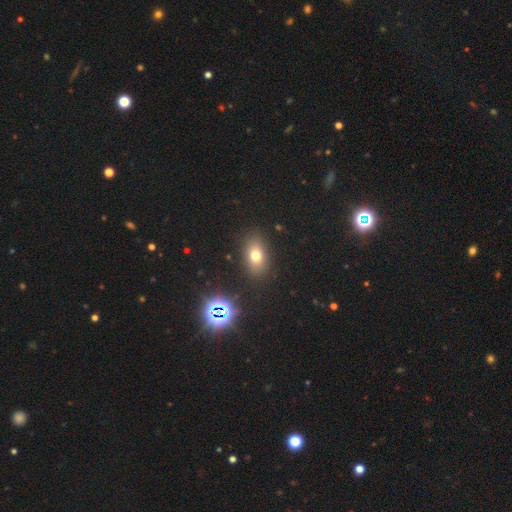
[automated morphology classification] This appears to be a smooth galaxy with no disk features (68%) that is in between round and cigar-shaped (76%). Merging: none (86%).